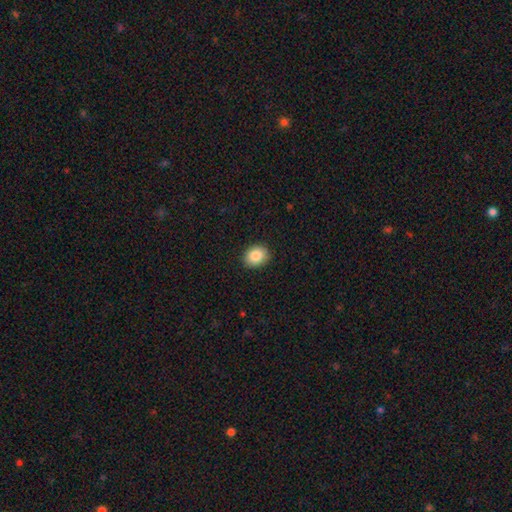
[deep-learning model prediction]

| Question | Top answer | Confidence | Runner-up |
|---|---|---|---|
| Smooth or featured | smooth | 87% | star or artifact (8%) |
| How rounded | in between | 53% | round (46%) |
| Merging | none | 90% | minor disturbance (7%) |